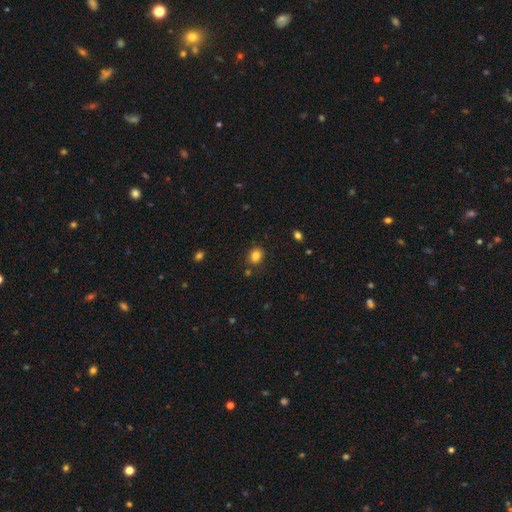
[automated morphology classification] Overall: smooth (83%). How rounded: in between (54%; round 45%). Merging: none (80%).